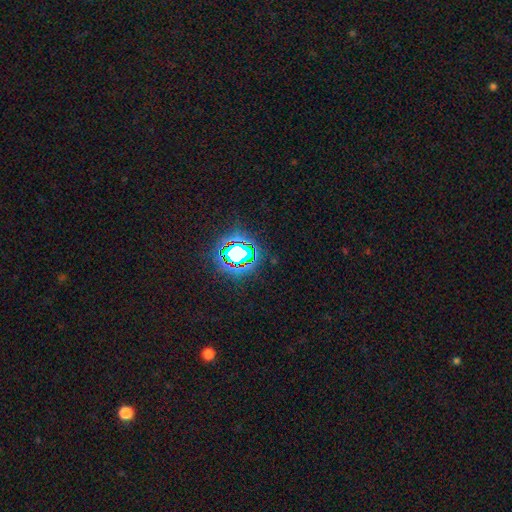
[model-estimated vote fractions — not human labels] Smooth or featured? star or artifact (82%)